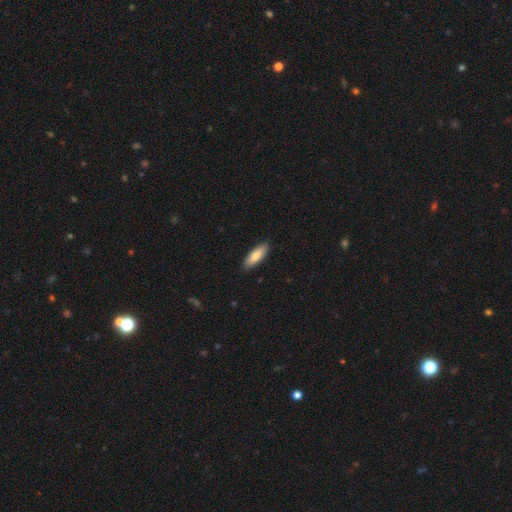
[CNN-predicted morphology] A smooth galaxy with no disk features (80%) that is in between round and cigar-shaped (59%).

Vote fractions:
- Smooth or featured? smooth: 80% / featured or disk: 15% / star or artifact: 6%
- How rounded? in between: 59% / cigar-shaped: 40% / round: 2%
- Merging? none: 89% / minor disturbance: 9% / major disturbance: 2% / merger: 1%